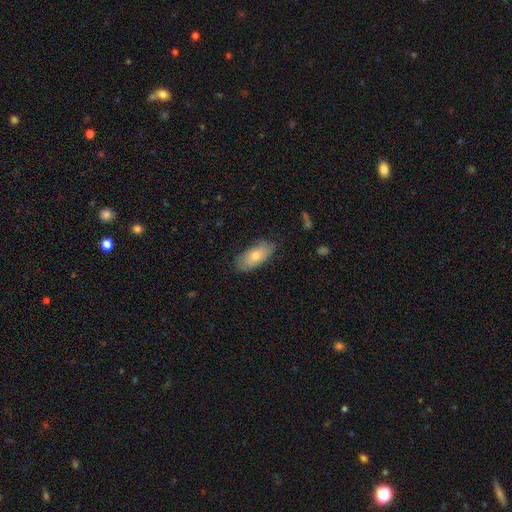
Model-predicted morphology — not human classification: The model was most divided on "smooth or featured": smooth: 67%, featured or disk: 26%, star or artifact: 7%. More confident: how rounded — in between (84%); merging — none (82%).